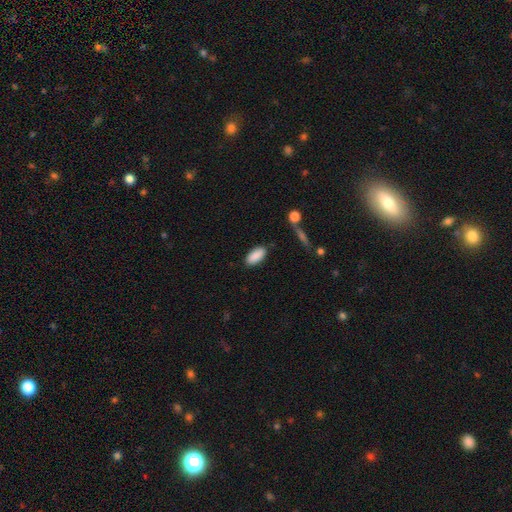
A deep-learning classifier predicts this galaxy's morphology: type=smooth (89%); roundness=in between (90%); merging=none (85%).